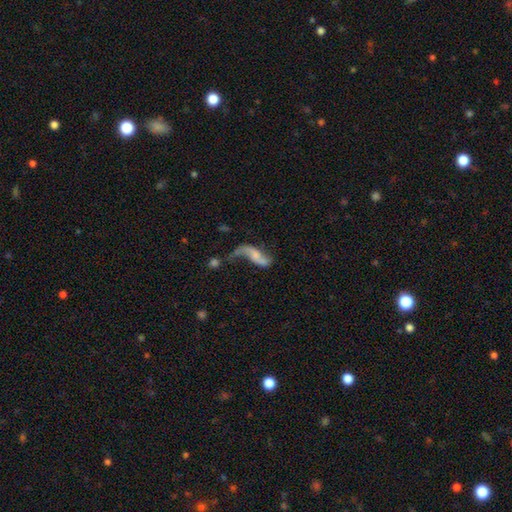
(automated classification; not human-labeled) This appears to be a featured or disk galaxy (72%) with no bar (54%), 2 (83%) loose (91%) spiral arms (85%) and a small central bulge (40%). Merging: none (34%).